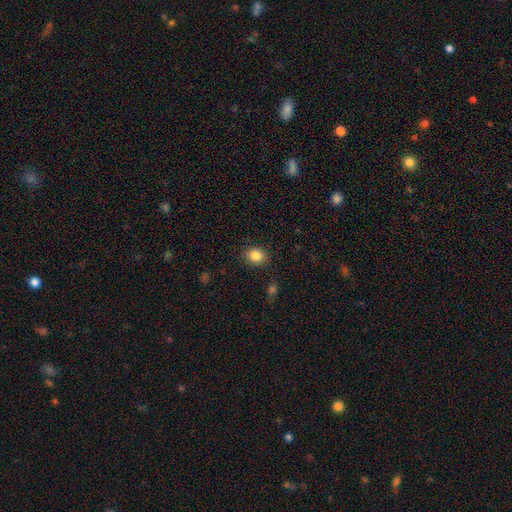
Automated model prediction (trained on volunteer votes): Overall: smooth (85%). How rounded: round (65%; in between 34%). Merging: none (87%).